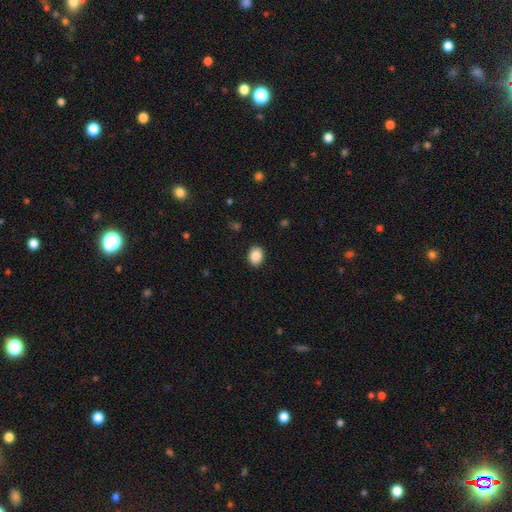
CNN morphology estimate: The model was most divided on "how rounded": in between: 54%, round: 45%, cigar-shaped: 1%. More confident: merging — none (90%); smooth or featured — smooth (88%).